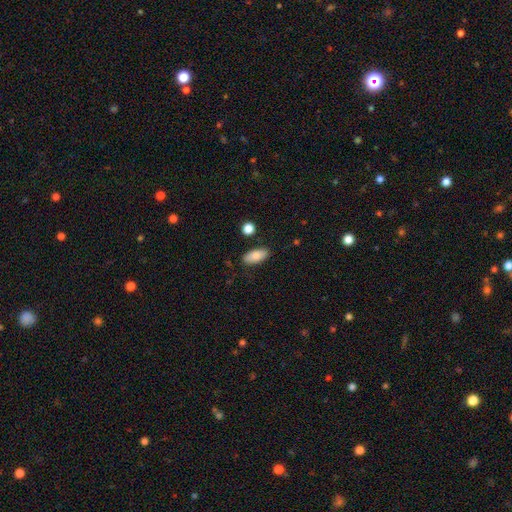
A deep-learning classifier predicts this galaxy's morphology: Smooth or featured: smooth — 84% (featured or disk — 9%)
How rounded: in between — 87% (cigar-shaped — 10%)
Merging: none — 84% (minor disturbance — 11%)